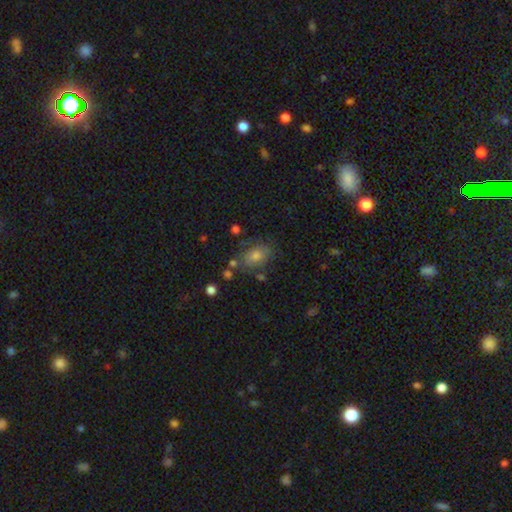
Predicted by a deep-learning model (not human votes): Smooth or featured? smooth (67%)
How rounded? in between (78%)
Merging? none (70%)